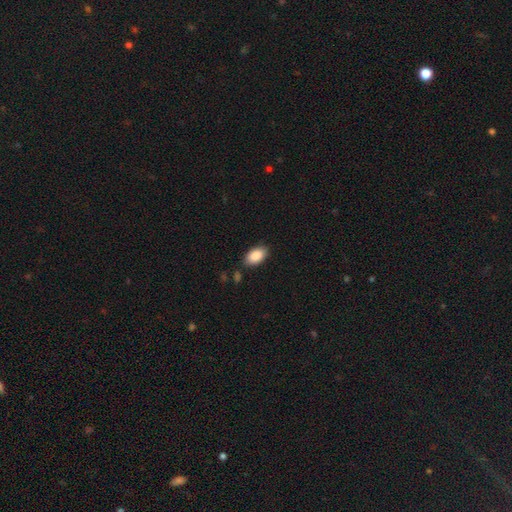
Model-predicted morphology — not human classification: This is clearly a smooth galaxy (89%). How rounded: clearly in between (94%). Merging: clearly none (83%).